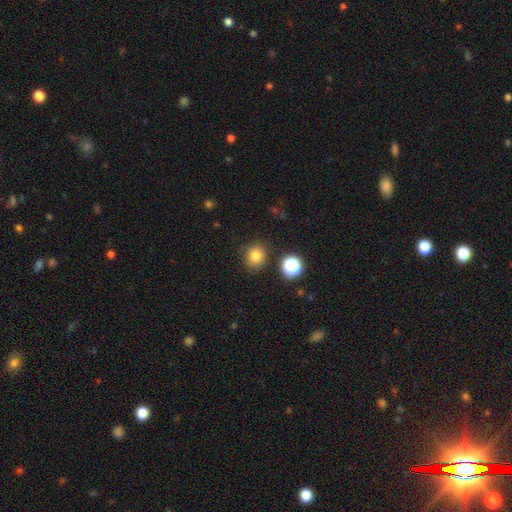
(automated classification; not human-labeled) This is likely a smooth galaxy (79%). How rounded: likely round (78%). Merging: clearly none (85%).